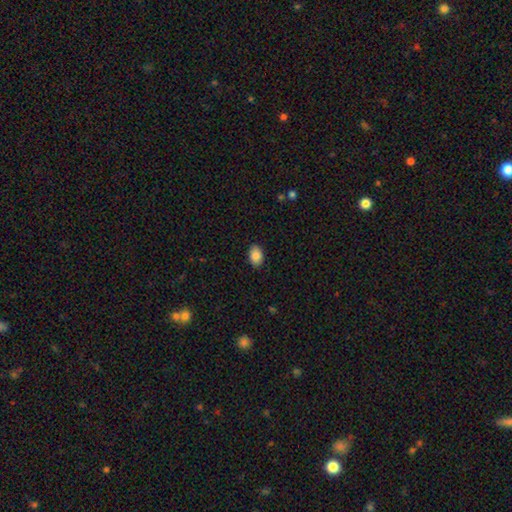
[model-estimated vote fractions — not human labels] This is clearly a smooth galaxy (86%). How rounded: clearly in between (85%). Merging: clearly none (89%).